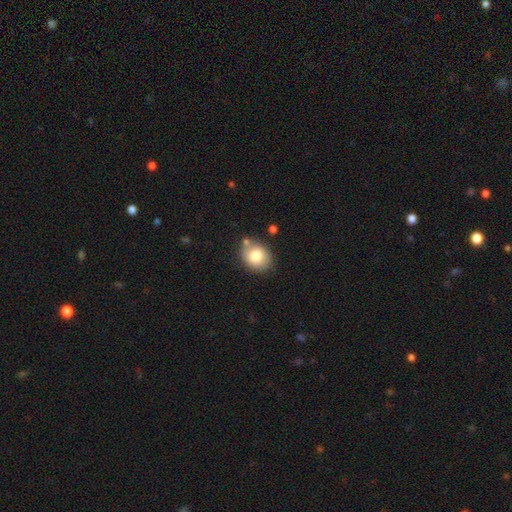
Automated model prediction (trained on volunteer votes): Smooth or featured? smooth (80%)
How rounded? round (53%)
Merging? none (71%)